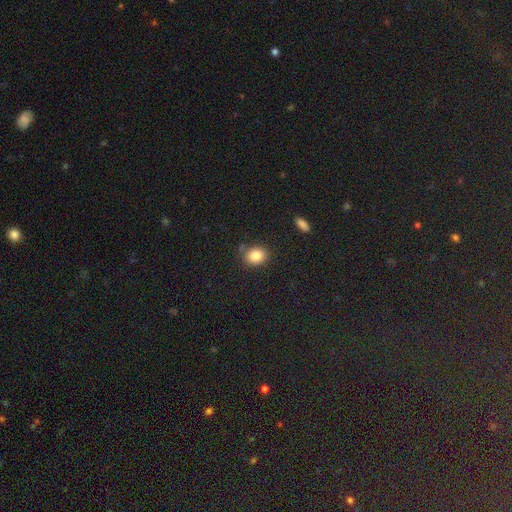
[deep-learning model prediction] A smooth galaxy with no disk features (85%) that is round (52%).

Vote fractions:
- Smooth or featured? smooth: 85% / star or artifact: 9% / featured or disk: 6%
- How rounded? round: 52% / in between: 47% / cigar-shaped: 1%
- Merging? none: 77% / minor disturbance: 14% / merger: 5% / major disturbance: 4%